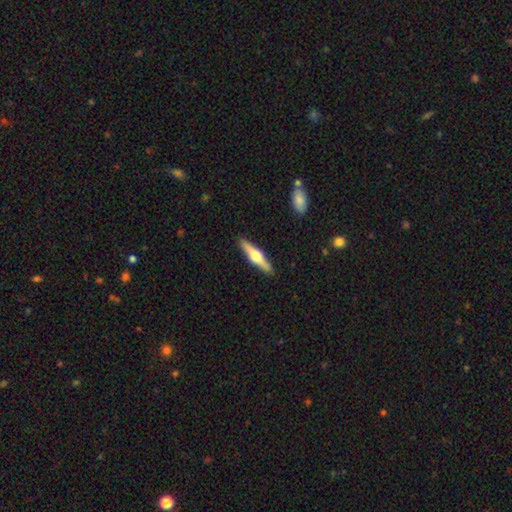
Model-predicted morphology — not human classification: smooth-or-featured: featured or disk: 63% | smooth: 32% | star or artifact: 5%
  disk-edge-on: yes: 97% | no: 3%
    edge-on-bulge: rounded: 93% | boxy: 5% | none: 2%
  merging: none: 91% | minor disturbance: 7% | major disturbance: 1% | merger: 1%